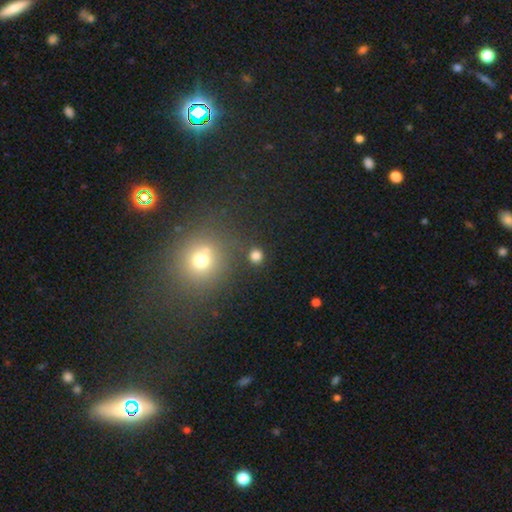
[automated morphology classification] Smooth or featured? Predicted: smooth (p=0.80). How rounded? Predicted: round (p=0.88). Merging? Predicted: none (p=0.85).